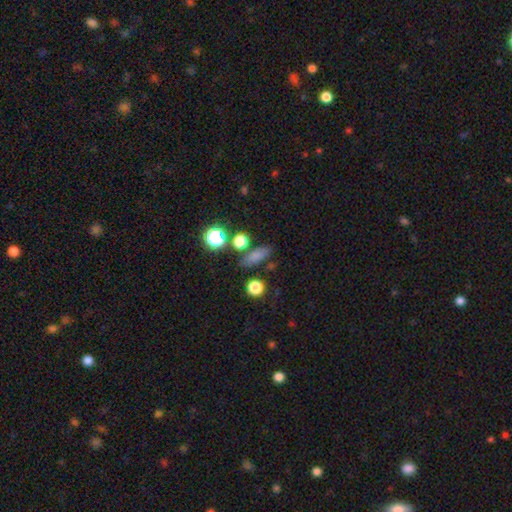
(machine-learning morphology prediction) A smooth galaxy with no disk features (74%) that is in between round and cigar-shaped (58%). Merging: none (76%).